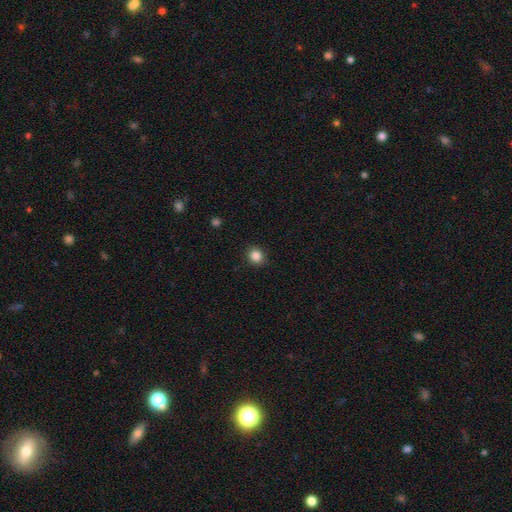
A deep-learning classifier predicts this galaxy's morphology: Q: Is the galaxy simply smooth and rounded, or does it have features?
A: smooth — 86%.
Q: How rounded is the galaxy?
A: round — 84%.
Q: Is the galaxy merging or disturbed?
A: none — 90%.